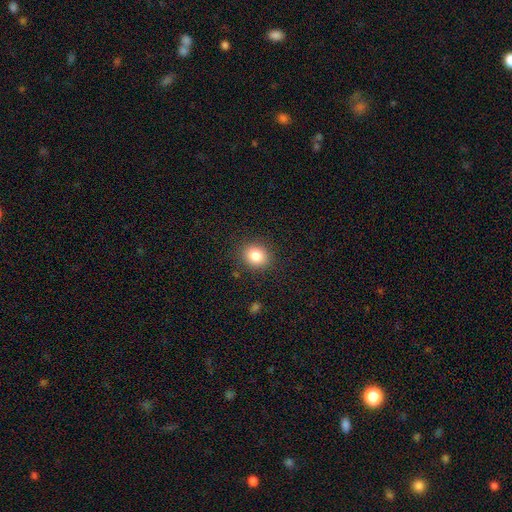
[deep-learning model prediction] The model was most divided on "how rounded": round: 67%, in between: 32%, cigar-shaped: 1%. More confident: merging — none (88%); smooth or featured — smooth (83%).